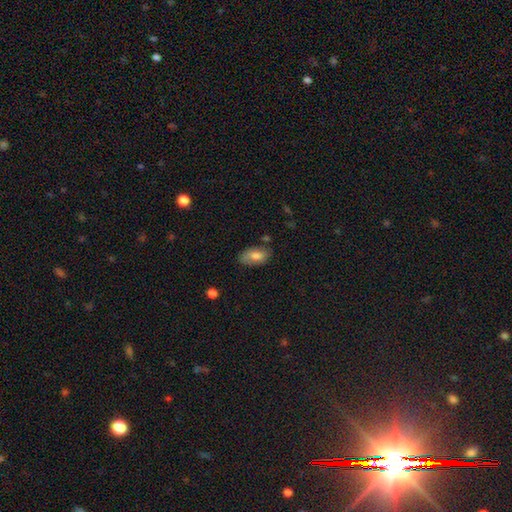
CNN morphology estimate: Smooth or featured? Predicted: smooth (p=0.79). How rounded? Predicted: in between (p=0.93). Merging? Predicted: none (p=0.71).